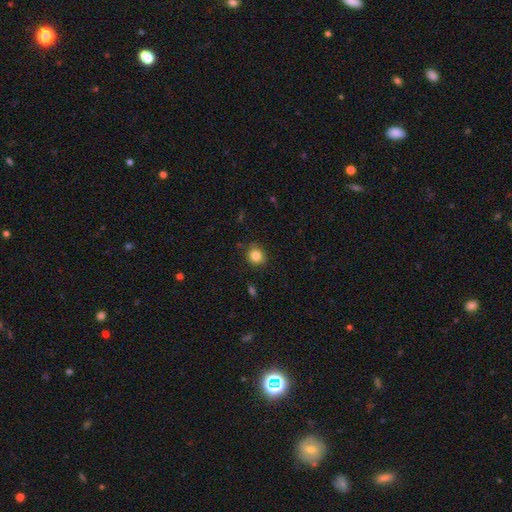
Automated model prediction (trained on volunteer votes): Smooth or featured? smooth (84%)
How rounded? round (84%)
Merging? none (85%)